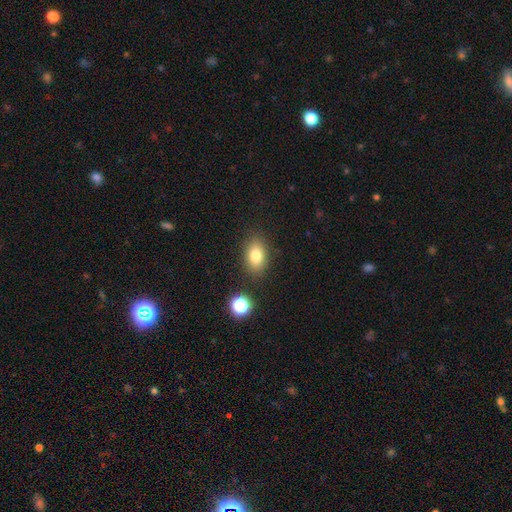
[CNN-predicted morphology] smooth 80%, star or artifact 10%, featured or disk 10%. Down the decision tree: how rounded — in between (81%); merging — none (84%).